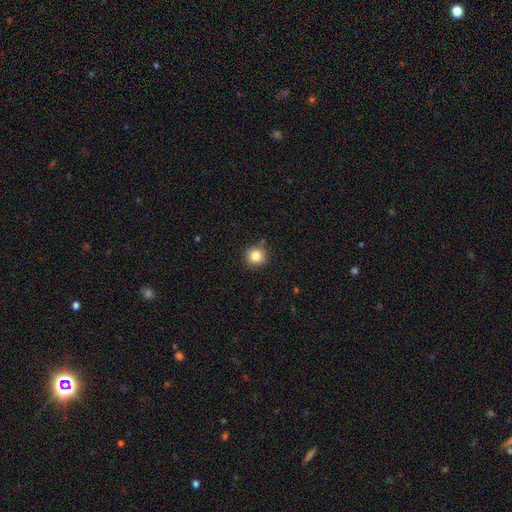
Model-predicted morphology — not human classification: This appears to be a smooth galaxy with no disk features (83%) that is round (92%). Merging: none (83%).